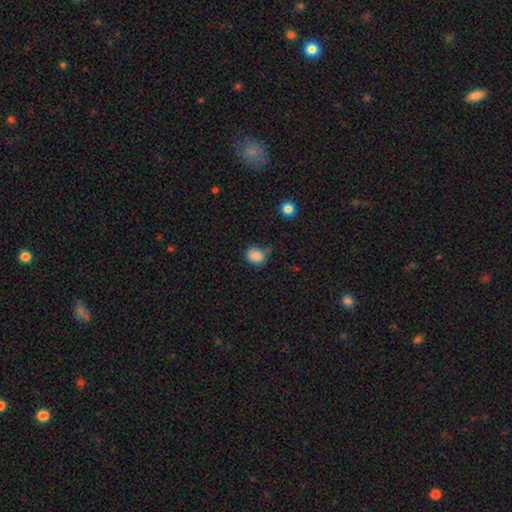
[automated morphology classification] The model was most divided on "how rounded": round: 63%, in between: 36%, cigar-shaped: 1%. More confident: smooth or featured — smooth (86%); merging — none (72%).